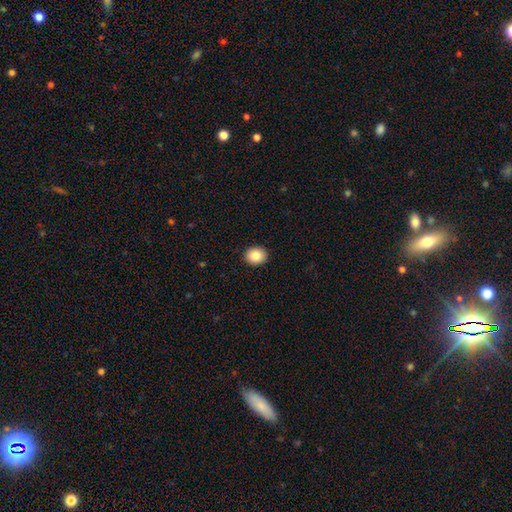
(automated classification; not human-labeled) A smooth galaxy with no disk features (84%) that is round (69%). Merging: none (92%).